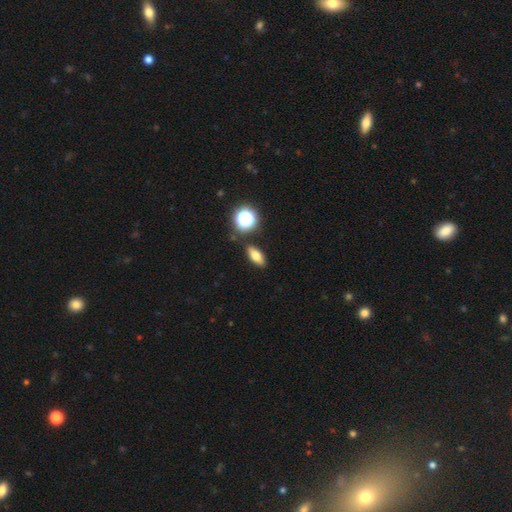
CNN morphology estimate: A smooth galaxy with no disk features (72%) that is in between round and cigar-shaped (74%). Merging: none (85%).